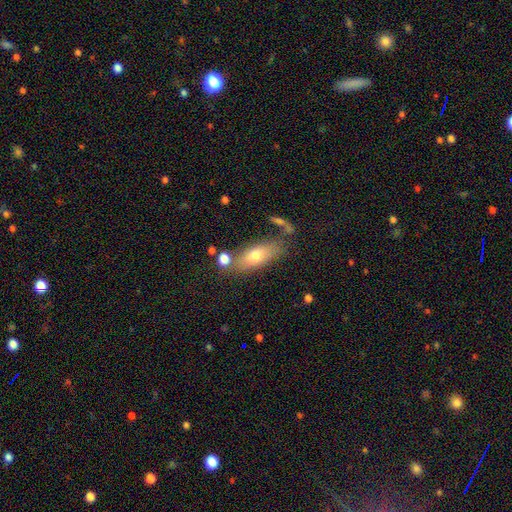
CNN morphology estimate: A smooth galaxy with no disk features (67%) that is in between round and cigar-shaped (71%).

Vote fractions:
- Smooth or featured? smooth: 67% / featured or disk: 26% / star or artifact: 7%
- How rounded? in between: 71% / cigar-shaped: 26% / round: 4%
- Merging? none: 64% / minor disturbance: 17% / merger: 12% / major disturbance: 6%